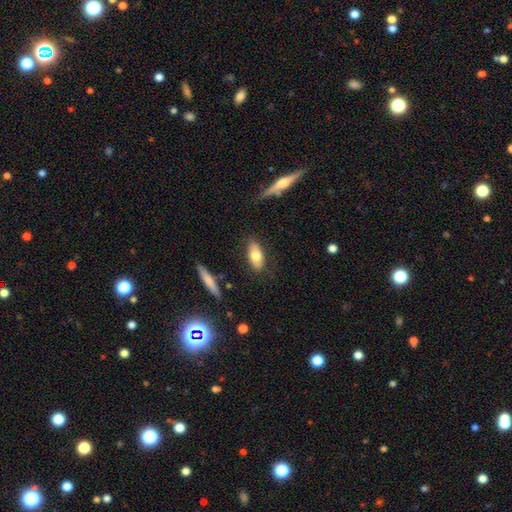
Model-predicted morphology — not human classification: Smooth or featured? Predicted: smooth (p=0.72). How rounded? Predicted: in between (p=0.86). Merging? Predicted: none (p=0.81).